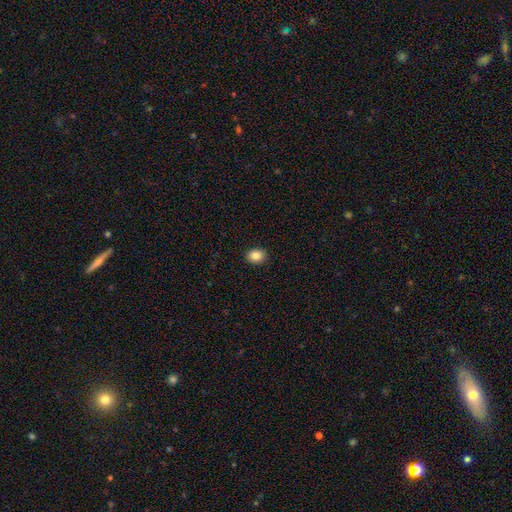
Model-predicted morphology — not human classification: Overall: smooth (86%). How rounded: in between (53%; round 46%). Merging: none (90%).